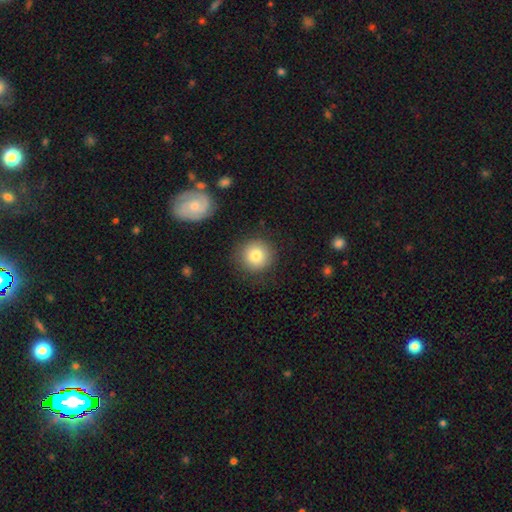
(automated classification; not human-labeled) The model was most divided on "smooth or featured": smooth: 80%, featured or disk: 10%, star or artifact: 9%. More confident: how rounded — round (93%); merging — none (86%).